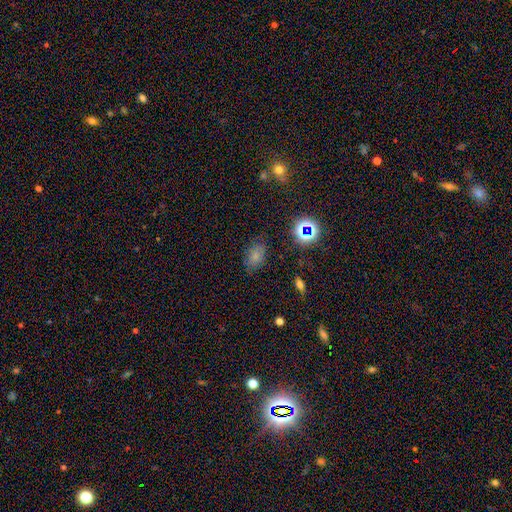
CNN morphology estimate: Smooth or featured: smooth — 68% (star or artifact — 20%)
How rounded: in between — 85% (round — 13%)
Merging: none — 76% (minor disturbance — 17%)